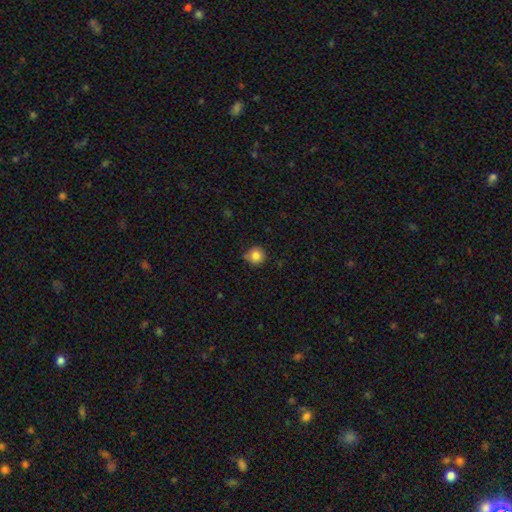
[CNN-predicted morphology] Overall: smooth (83%). How rounded: round (93%). Merging: none (78%).